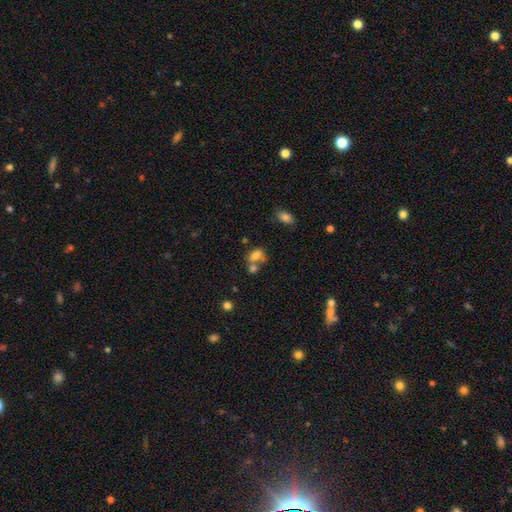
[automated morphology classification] This is likely a smooth galaxy (74%). How rounded: likely in between (77%). Merging: possibly merger (49%).